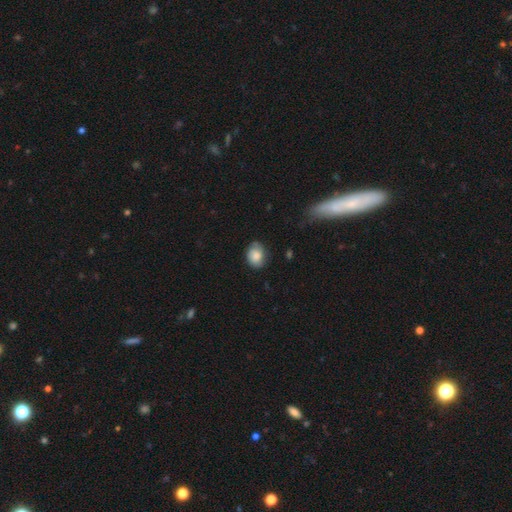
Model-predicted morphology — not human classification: Smooth or featured? Predicted: smooth (p=0.74). How rounded? Predicted: in between (p=0.55). Merging? Predicted: none (p=0.66).